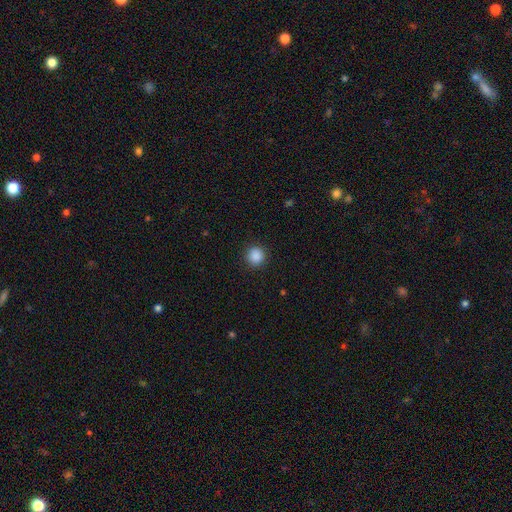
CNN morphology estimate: type=smooth (88%); roundness=round (93%); merging=none (91%).